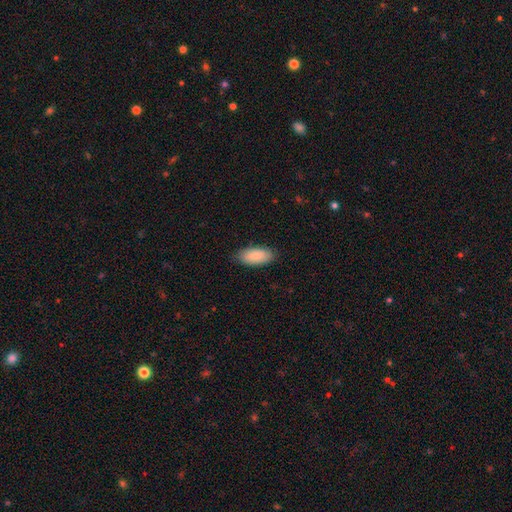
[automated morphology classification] Smooth or featured? Predicted: smooth (p=0.86). How rounded? Predicted: in between (p=0.91). Merging? Predicted: none (p=0.83).